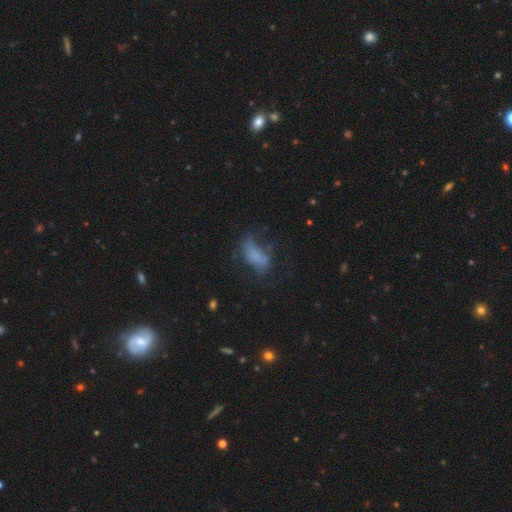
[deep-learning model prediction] Smooth or featured: smooth — 52% (featured or disk — 32%)
How rounded: in between — 82% (cigar-shaped — 13%)
Merging: major disturbance — 38% (none — 32%)